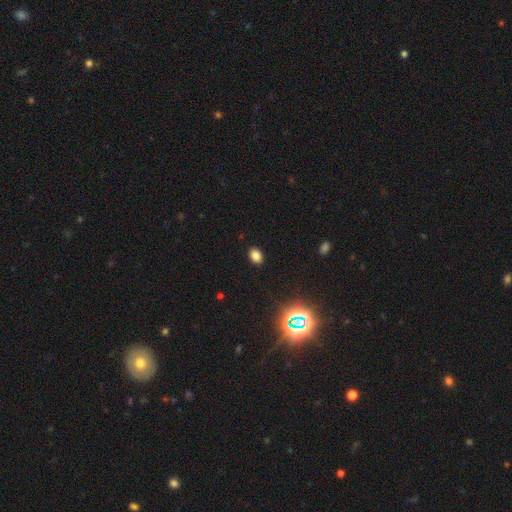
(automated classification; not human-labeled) Smooth or featured: smooth — 79% (star or artifact — 16%)
How rounded: in between — 74% (round — 24%)
Merging: none — 90% (minor disturbance — 7%)